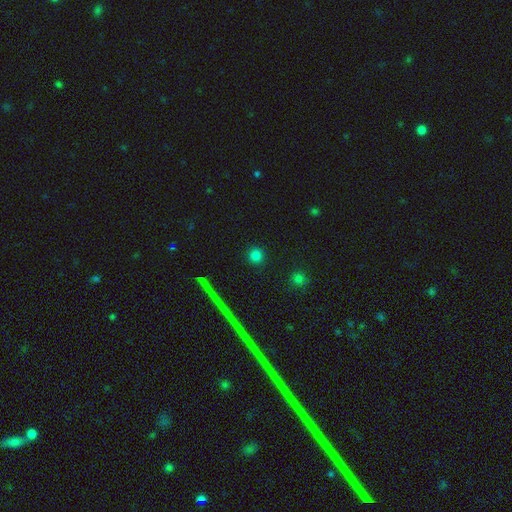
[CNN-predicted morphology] Q: Smooth or featured?
A: smooth (80%); runner-up: star or artifact (14%)
Q: How rounded?
A: round (95%); runner-up: in between (4%)
Q: Merging?
A: none (92%); runner-up: minor disturbance (5%)